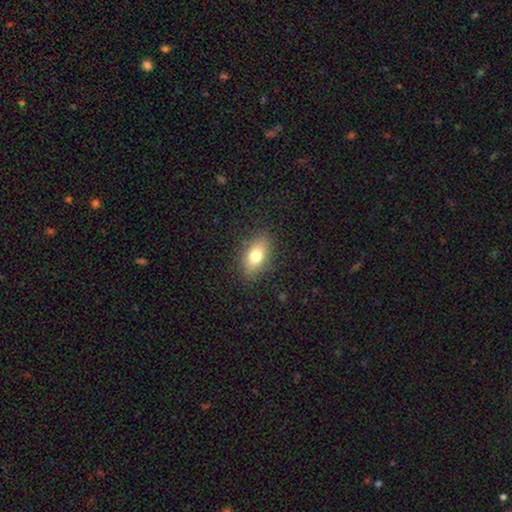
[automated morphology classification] smooth-or-featured: smooth: 75% | featured or disk: 16% | star or artifact: 9%
  how-rounded: in between: 85% | round: 10% | cigar-shaped: 5%
  merging: none: 85% | minor disturbance: 11% | major disturbance: 3% | merger: 1%